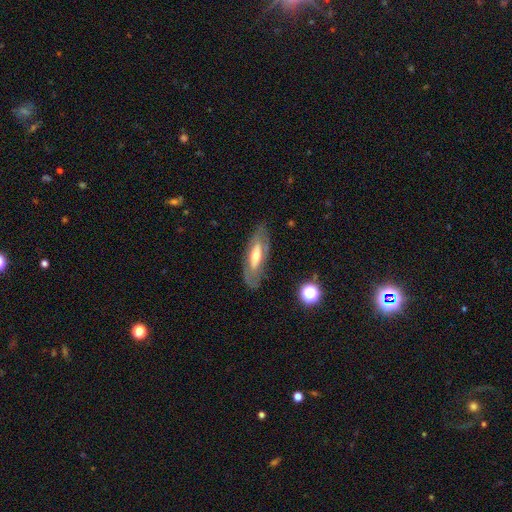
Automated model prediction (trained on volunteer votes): Smooth or featured? Predicted: featured or disk (p=0.62). Edge-on disk? Predicted: no (p=0.69). Merging? Predicted: none (p=0.77).